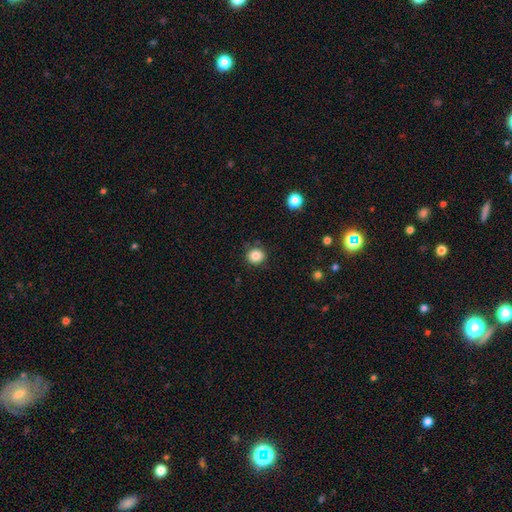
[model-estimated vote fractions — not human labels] smooth 85%, star or artifact 11%, featured or disk 4%. Down the decision tree: how rounded — round (88%); merging — none (87%).